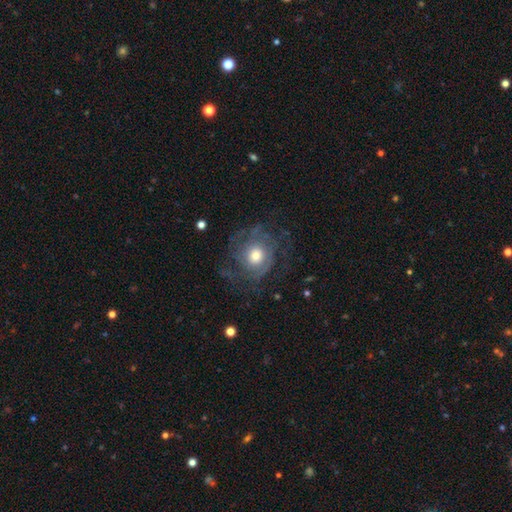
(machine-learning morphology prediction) Smooth or featured?
  - featured or disk: 69% *
  - smooth: 22%
  - star or artifact: 8%
Edge-on disk?
  - no: 97% *
  - yes: 3%
Bar?
  - no: 81% *
  - weak: 16%
  - strong: 3%
Spiral arms?
  - yes: 82% *
  - no: 18%
Spiral winding?
  - tight: 51% *
  - medium: 33%
  - loose: 16%
Spiral arm count?
  - can't tell: 46% *
  - 2: 19%
  - 3: 15%
  - 4: 8%
  - 1: 7%
  - more than 4: 6%
Bulge size?
  - moderate: 62% *
  - large: 19%
  - small: 16%
  - dominant: 2%
  - none: 1%
Merging?
  - none: 63% *
  - major disturbance: 18%
  - minor disturbance: 17%
  - merger: 1%